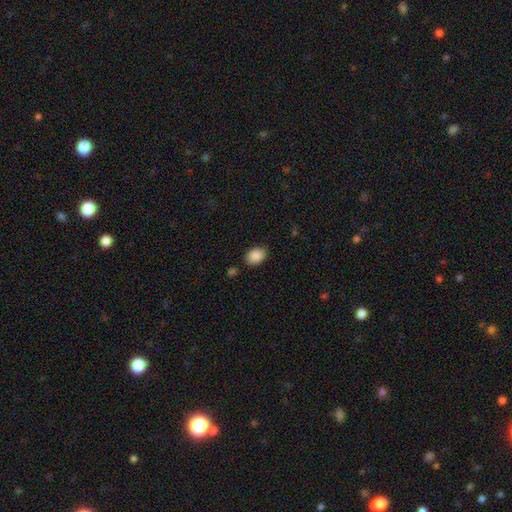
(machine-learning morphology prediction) A smooth galaxy with no disk features (89%) that is in between round and cigar-shaped (79%). Merging: none (83%).